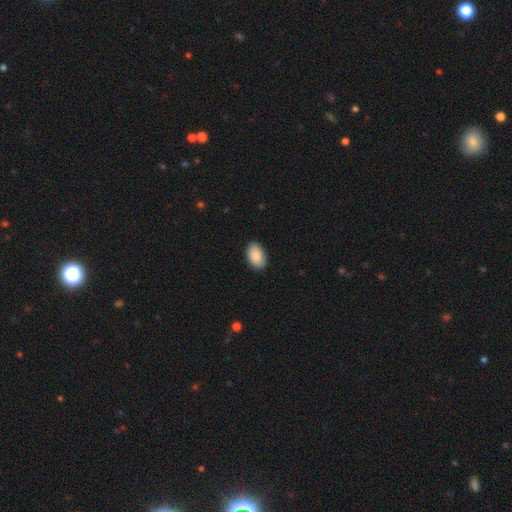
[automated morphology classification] This appears to be a smooth galaxy with no disk features (88%) that is in between round and cigar-shaped (93%). Merging: none (88%).